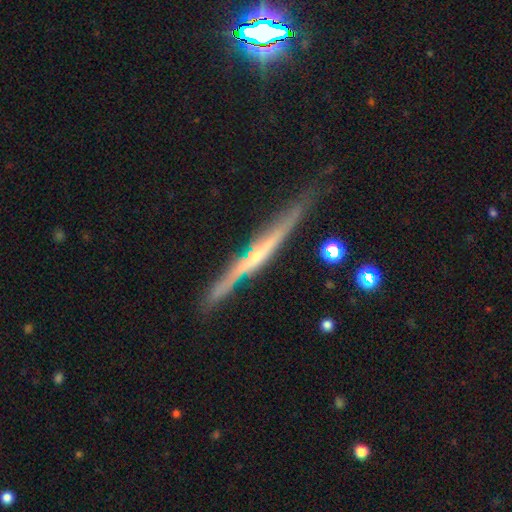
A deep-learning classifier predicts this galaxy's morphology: Q: Smooth or featured?
A: featured or disk (77%); runner-up: smooth (16%)
Q: Edge-on disk?
A: yes (97%); runner-up: no (3%)
Q: Edge-on bulge?
A: rounded (53%); runner-up: none (39%)
Q: Merging?
A: none (82%); runner-up: minor disturbance (14%)